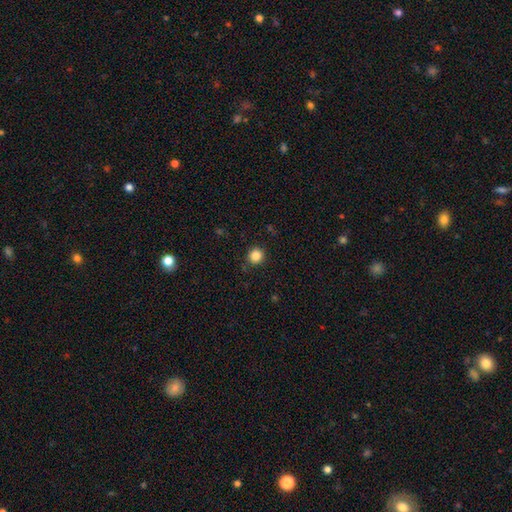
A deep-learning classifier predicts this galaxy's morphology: This appears to be a smooth galaxy with no disk features (85%) that is round (91%). Merging: none (89%).